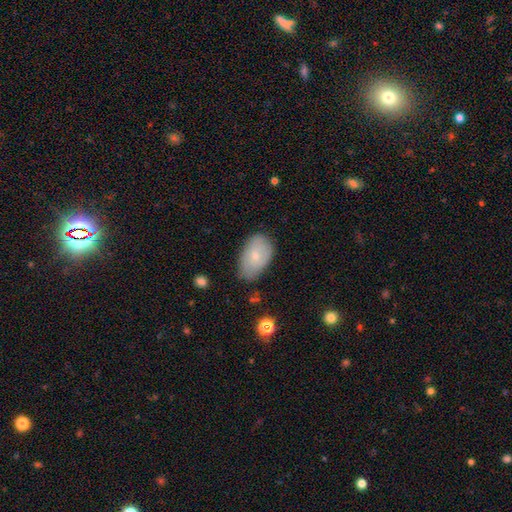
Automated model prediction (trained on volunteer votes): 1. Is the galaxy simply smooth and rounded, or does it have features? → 71% smooth, 22% featured or disk, 7% star or artifact.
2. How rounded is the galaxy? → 91% in between, 8% round, 1% cigar-shaped.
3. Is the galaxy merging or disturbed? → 69% none, 24% minor disturbance, 5% major disturbance, 2% merger.